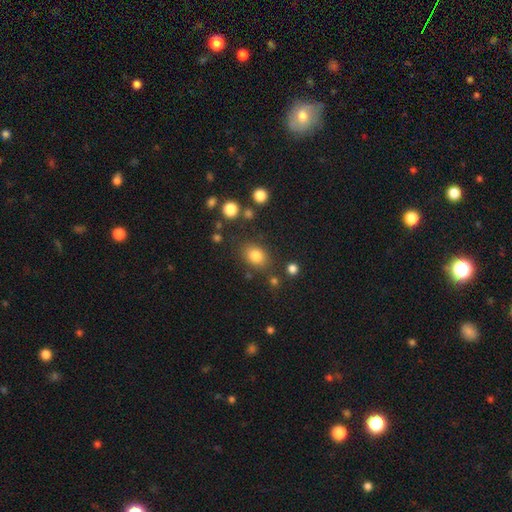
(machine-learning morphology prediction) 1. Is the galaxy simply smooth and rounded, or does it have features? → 81% smooth, 12% star or artifact, 7% featured or disk.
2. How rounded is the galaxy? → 55% in between, 44% round, 1% cigar-shaped.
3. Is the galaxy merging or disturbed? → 79% none, 12% minor disturbance, 4% merger, 4% major disturbance.